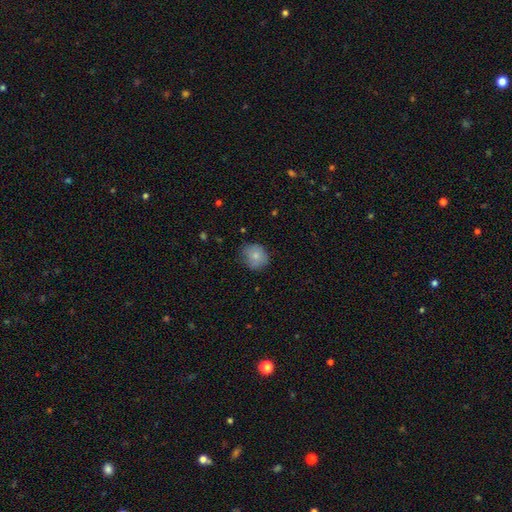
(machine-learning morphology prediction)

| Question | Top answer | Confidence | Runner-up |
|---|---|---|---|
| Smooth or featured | smooth | 79% | featured or disk (12%) |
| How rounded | round | 72% | in between (28%) |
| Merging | none | 71% | minor disturbance (22%) |